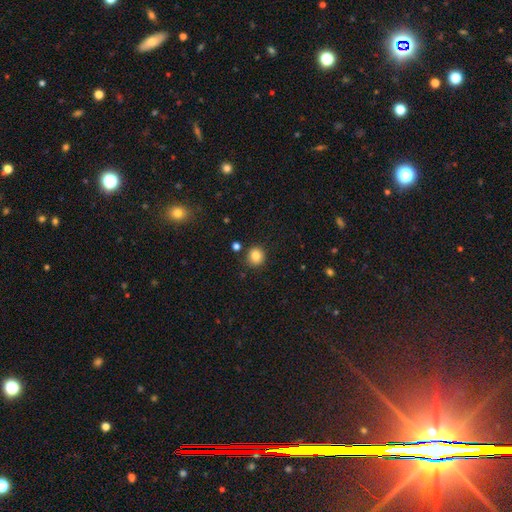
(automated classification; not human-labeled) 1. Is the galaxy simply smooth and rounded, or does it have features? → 83% smooth, 11% star or artifact, 6% featured or disk.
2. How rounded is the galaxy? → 88% round, 11% in between, 1% cigar-shaped.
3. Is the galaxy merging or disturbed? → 85% none, 8% minor disturbance, 4% merger, 2% major disturbance.